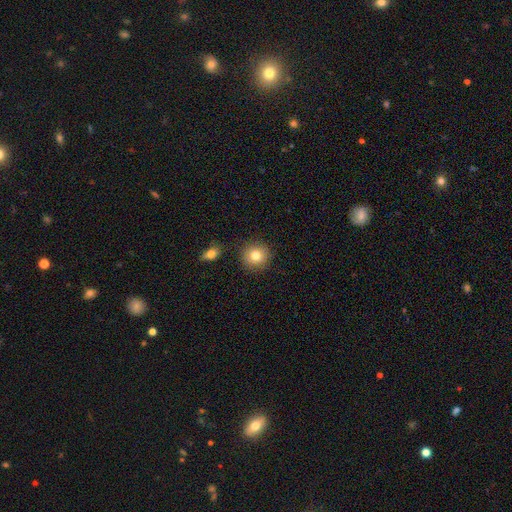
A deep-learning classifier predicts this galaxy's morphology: smooth_or_featured: smooth (p=0.80) [alt: featured or disk p=0.10]
how_rounded: round (p=0.92) [alt: in between p=0.08]
merging: none (p=0.87) [alt: minor disturbance p=0.08]